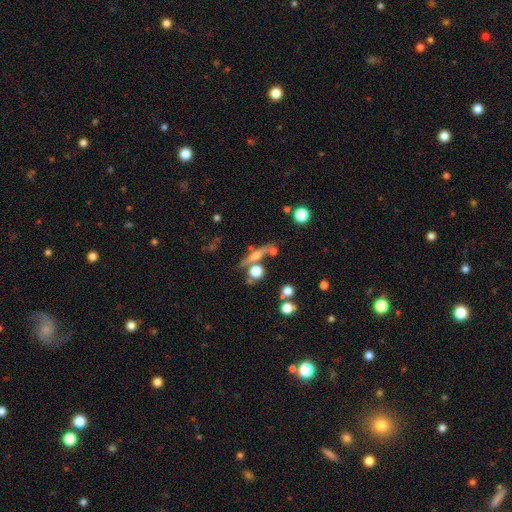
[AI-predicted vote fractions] This is possibly a featured or disk galaxy (52%). It is clearly viewed edge-on (88%). Merging: likely none (67%).